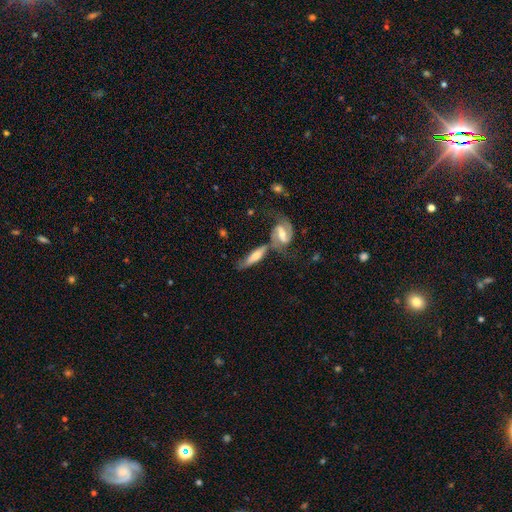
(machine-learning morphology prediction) type=featured or disk (56%); edge-on=no (52%); merging=none (44%).